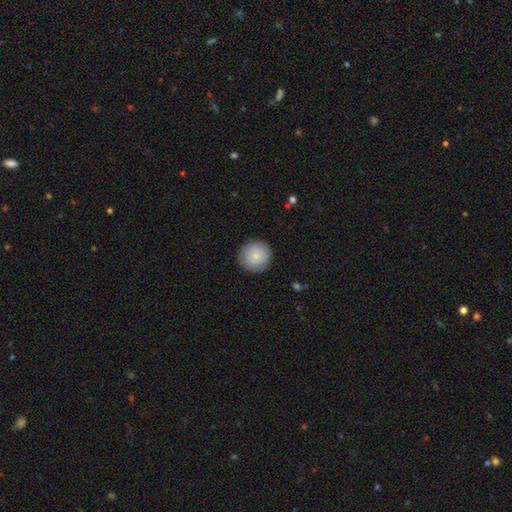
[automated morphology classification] The model was most divided on "smooth or featured": smooth: 85%, featured or disk: 8%, star or artifact: 7%. More confident: how rounded — round (93%); merging — none (89%).